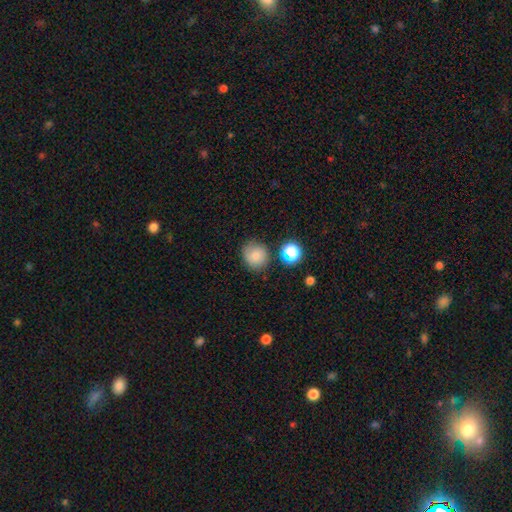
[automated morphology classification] The model was most divided on "merging": none: 77%, minor disturbance: 14%, merger: 5%, major disturbance: 4%. More confident: how rounded — round (83%); smooth or featured — smooth (79%).